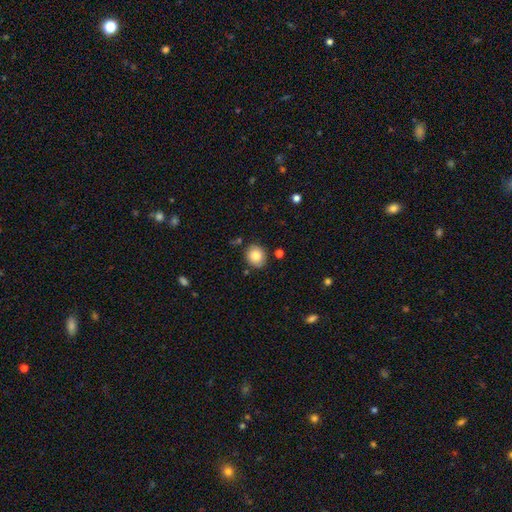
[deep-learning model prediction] smooth-or-featured: smooth: 83% | star or artifact: 9% | featured or disk: 8%
  how-rounded: round: 72% | in between: 27% | cigar-shaped: 1%
  merging: none: 84% | minor disturbance: 11% | merger: 3% | major disturbance: 2%